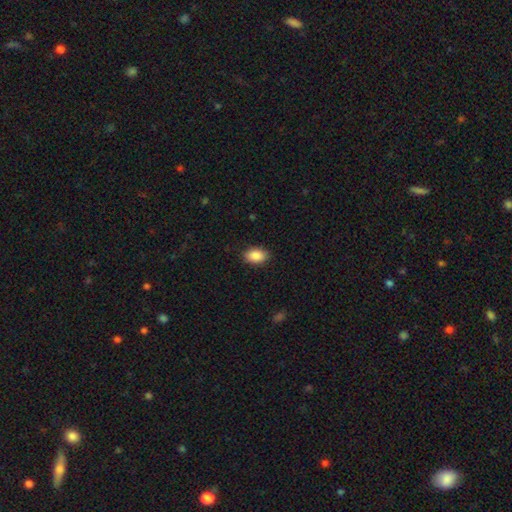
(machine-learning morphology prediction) smooth_or_featured: smooth (p=0.89) [alt: star or artifact p=0.07]
how_rounded: in between (p=0.90) [alt: round p=0.09]
merging: none (p=0.87) [alt: minor disturbance p=0.09]